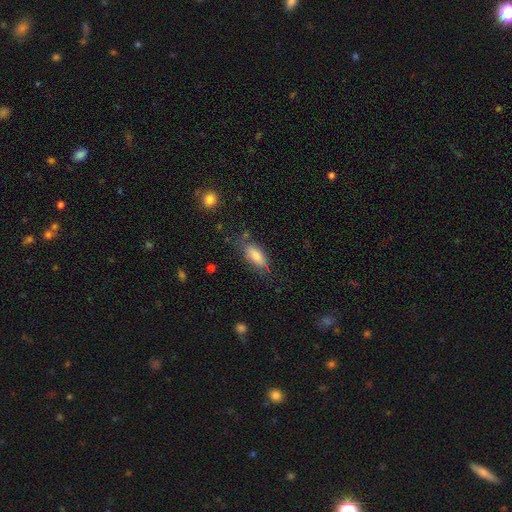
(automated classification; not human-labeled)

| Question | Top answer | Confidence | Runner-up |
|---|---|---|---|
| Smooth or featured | smooth | 80% | featured or disk (12%) |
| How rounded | in between | 77% | cigar-shaped (21%) |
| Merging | none | 68% | minor disturbance (22%) |